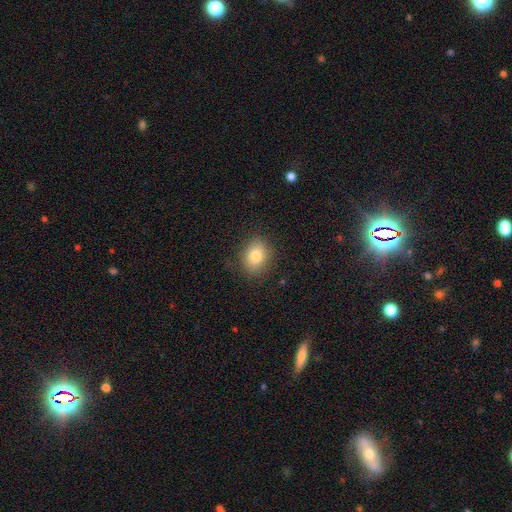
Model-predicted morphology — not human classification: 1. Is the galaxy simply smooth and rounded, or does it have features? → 81% smooth, 10% featured or disk, 10% star or artifact.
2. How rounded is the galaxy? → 57% in between, 42% round, 1% cigar-shaped.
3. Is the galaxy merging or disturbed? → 84% none, 11% minor disturbance, 3% major disturbance, 1% merger.